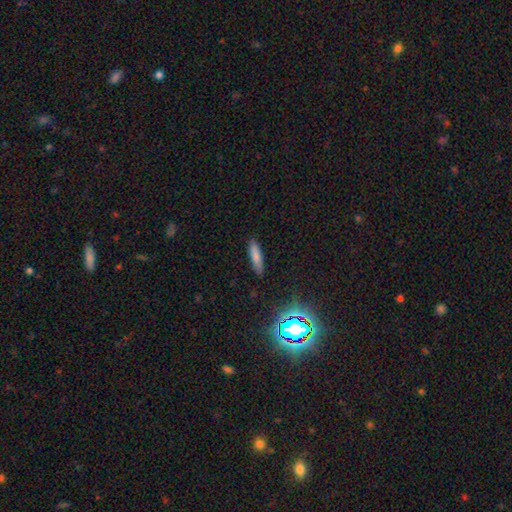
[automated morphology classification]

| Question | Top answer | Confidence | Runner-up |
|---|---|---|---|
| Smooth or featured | smooth | 79% | featured or disk (11%) |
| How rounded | cigar-shaped | 74% | in between (24%) |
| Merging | none | 87% | minor disturbance (10%) |